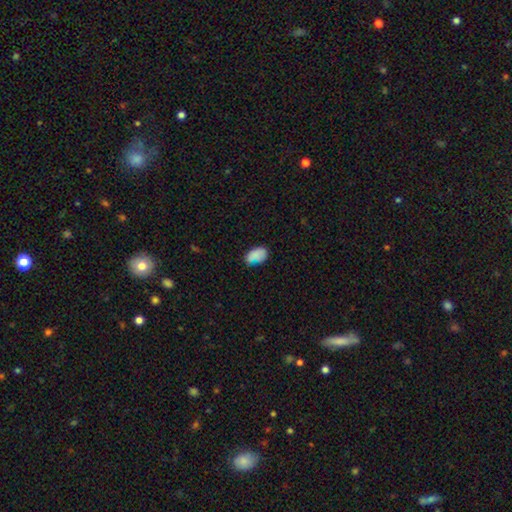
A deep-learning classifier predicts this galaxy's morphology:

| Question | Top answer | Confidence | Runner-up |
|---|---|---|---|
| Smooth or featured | smooth | 81% | star or artifact (10%) |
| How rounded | in between | 91% | round (7%) |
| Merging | none | 61% | minor disturbance (27%) |